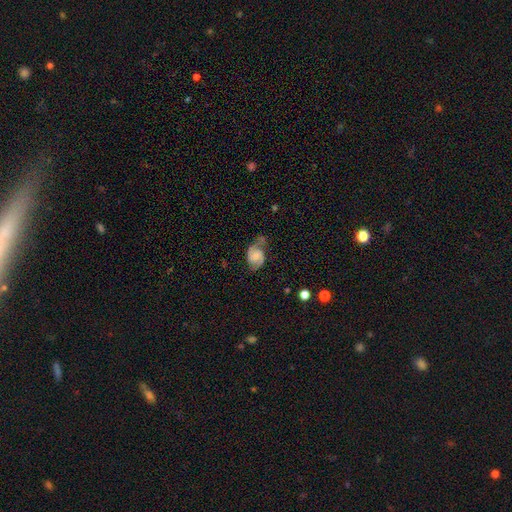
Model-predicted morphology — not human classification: Smooth or featured: featured or disk — 77% (smooth — 16%)
Edge-on disk: no — 98% (yes — 2%)
Bar: no — 55% (weak — 37%)
Spiral arms: yes — 95% (no — 5%)
Spiral winding: medium — 51% (loose — 25%)
Spiral arm count: 2 — 89% (can't tell — 4%)
Bulge size: small — 52% (moderate — 30%)
Merging: none — 53% (minor disturbance — 25%)